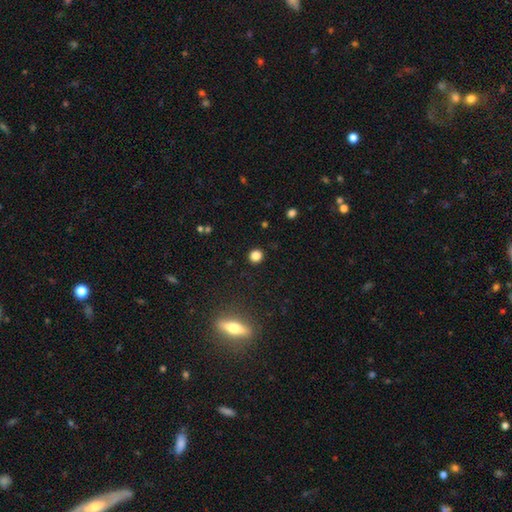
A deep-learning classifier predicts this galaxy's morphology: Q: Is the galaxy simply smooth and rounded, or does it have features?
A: smooth — 83%.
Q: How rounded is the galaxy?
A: round — 91%.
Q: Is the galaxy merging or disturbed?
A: none — 91%.